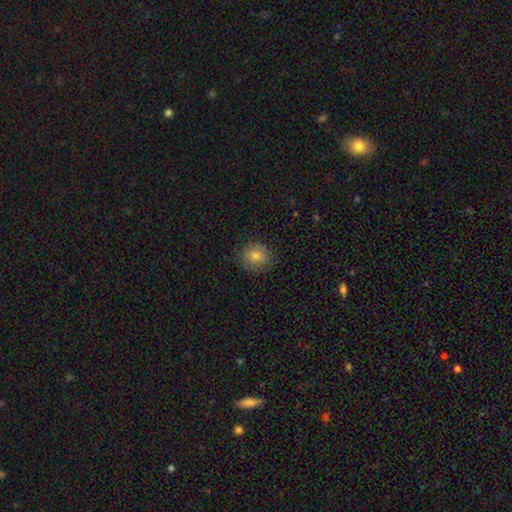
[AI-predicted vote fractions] Morphology: type=smooth (77%); roundness=round (80%); merging=none (83%).